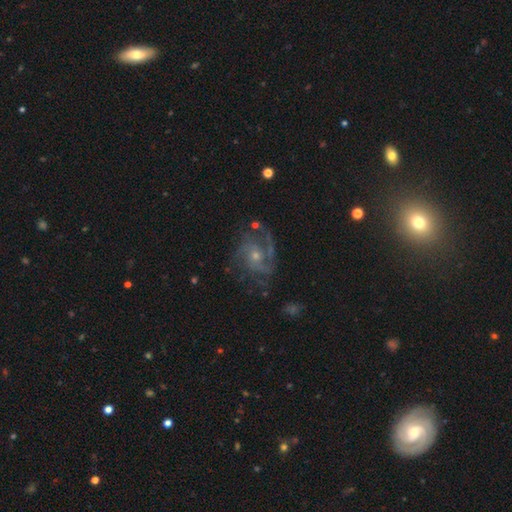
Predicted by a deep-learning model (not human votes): This appears to be a featured or disk galaxy (83%) with no bar (73%), 2 (30%) medium (48%) spiral arms (94%) and a small central bulge (64%). Merging: none (62%).